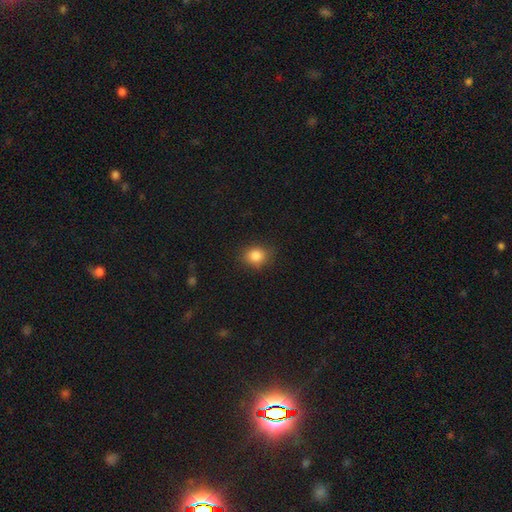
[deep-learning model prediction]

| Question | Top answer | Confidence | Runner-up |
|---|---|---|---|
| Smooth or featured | smooth | 85% | star or artifact (10%) |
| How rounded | round | 66% | in between (33%) |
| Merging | none | 83% | minor disturbance (13%) |